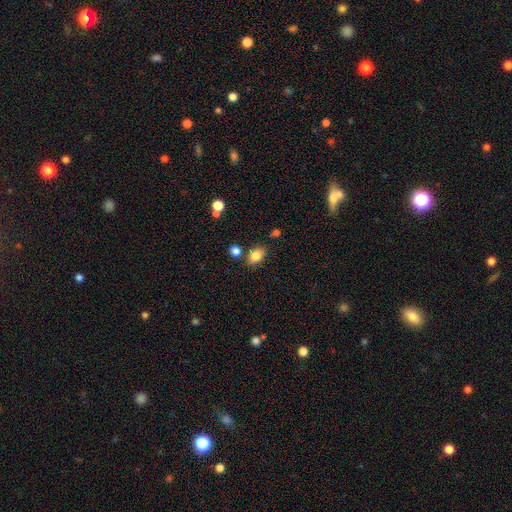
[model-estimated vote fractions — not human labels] The model was most divided on "how rounded": in between: 74%, round: 25%, cigar-shaped: 1%. More confident: smooth or featured — smooth (82%); merging — none (77%).